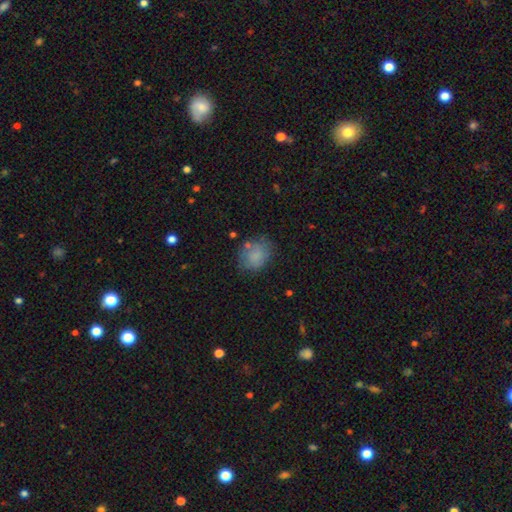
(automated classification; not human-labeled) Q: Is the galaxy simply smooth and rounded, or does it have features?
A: smooth — 78%.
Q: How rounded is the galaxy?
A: round — 55%.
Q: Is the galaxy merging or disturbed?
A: none — 66%.